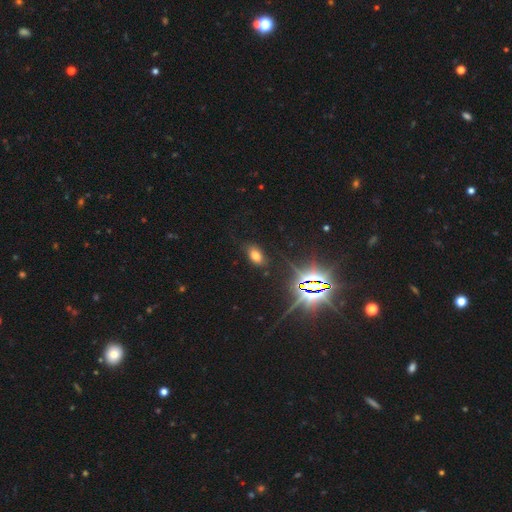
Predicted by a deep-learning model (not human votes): smooth_or_featured: smooth (p=0.62) [alt: star or artifact p=0.28]
how_rounded: in between (p=0.89) [alt: round p=0.08]
merging: none (p=0.85) [alt: minor disturbance p=0.10]